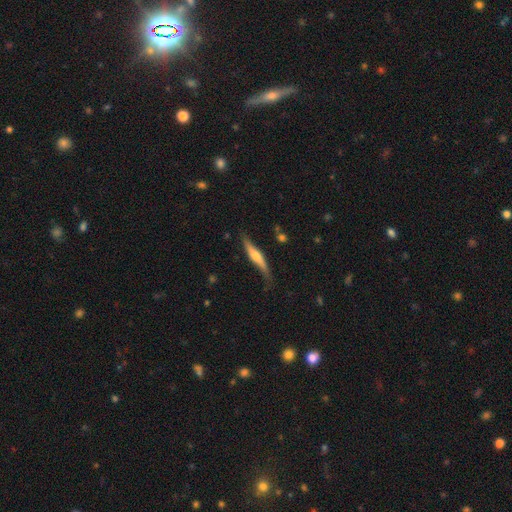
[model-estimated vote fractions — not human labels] Smooth or featured?
  - featured or disk: 61% *
  - smooth: 34%
  - star or artifact: 5%
Edge-on disk?
  - yes: 87% *
  - no: 13%
Edge-on bulge?
  - rounded: 84% *
  - none: 9%
  - boxy: 7%
Merging?
  - none: 65% *
  - minor disturbance: 26%
  - major disturbance: 6%
  - merger: 2%